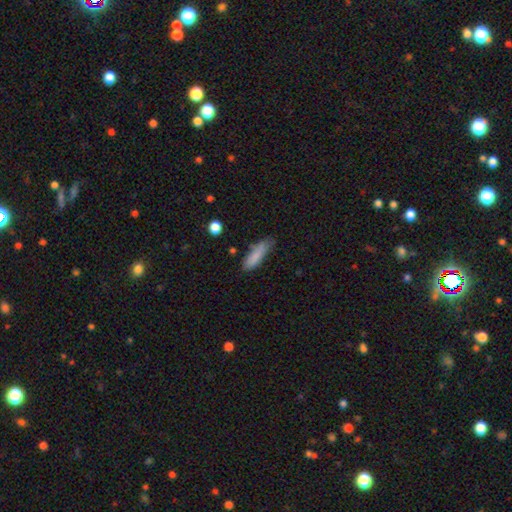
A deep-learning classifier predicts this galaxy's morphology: Q: Smooth or featured?
A: smooth (84%); runner-up: featured or disk (9%)
Q: How rounded?
A: cigar-shaped (62%); runner-up: in between (36%)
Q: Merging?
A: none (64%); runner-up: minor disturbance (27%)